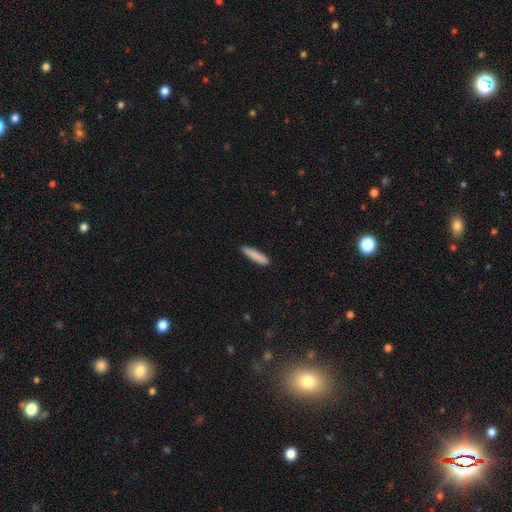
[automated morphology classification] A smooth galaxy with no disk features (86%) that is cigar-shaped (89%). Merging: none (90%).